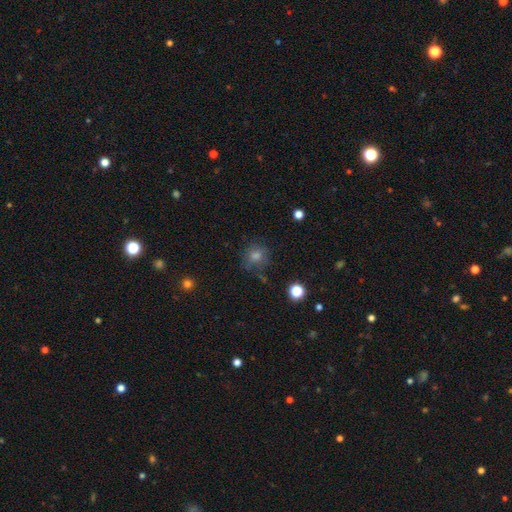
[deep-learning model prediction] smooth 66%, star or artifact 22%, featured or disk 12%. Down the decision tree: how rounded — round (86%); merging — none (73%).